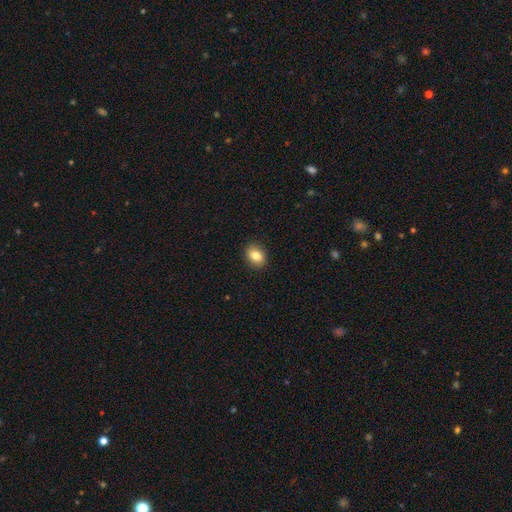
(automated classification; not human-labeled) Smooth or featured?
  - smooth: 82% *
  - featured or disk: 10%
  - star or artifact: 8%
How rounded?
  - in between: 66% *
  - round: 33%
  - cigar-shaped: 1%
Merging?
  - none: 90% *
  - minor disturbance: 7%
  - major disturbance: 2%
  - merger: 1%